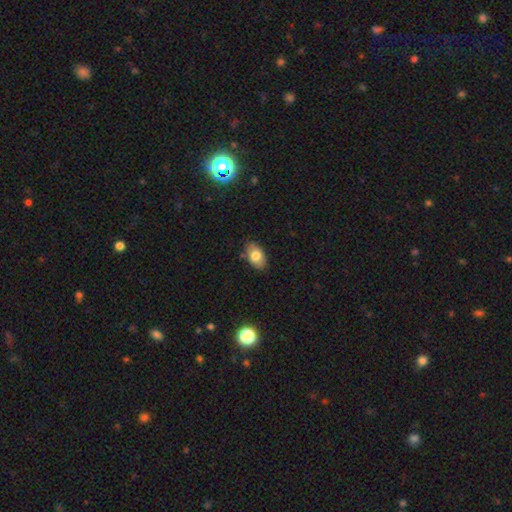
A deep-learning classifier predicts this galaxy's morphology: Overall: smooth (79%). How rounded: in between (91%). Merging: none (82%).